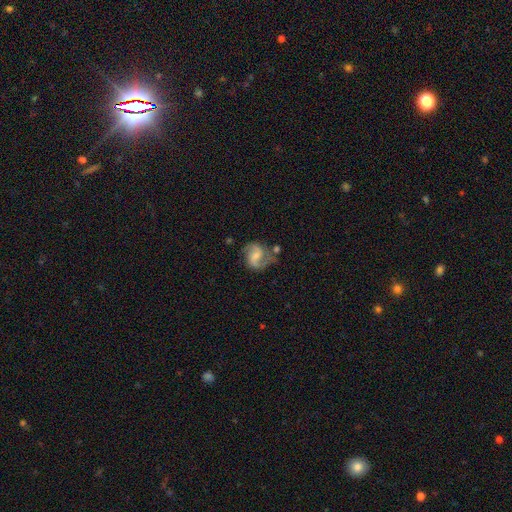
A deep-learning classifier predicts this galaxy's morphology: This is clearly a featured or disk galaxy (80%). It is clearly not viewed edge-on (98%). Bar: possibly weak (48%). Spiral arm pattern: clearly yes (95%). Spiral arm count: clearly 2 (89%). Spiral winding: possibly medium (49%). Central bulge: possibly small (50%). Merging: likely none (60%).